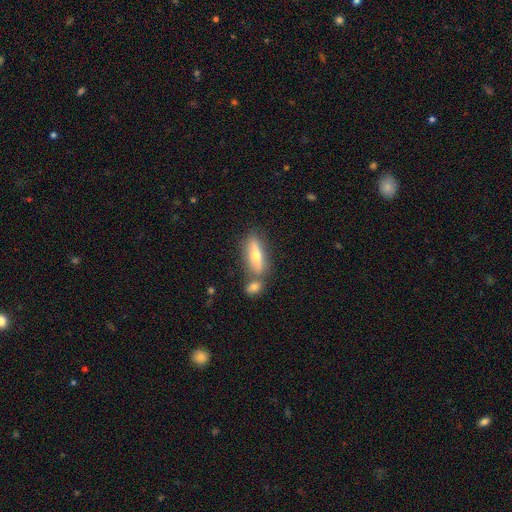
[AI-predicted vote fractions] Smooth or featured: smooth — 48% (featured or disk — 45%)
Merging: none — 63% (merger — 23%)